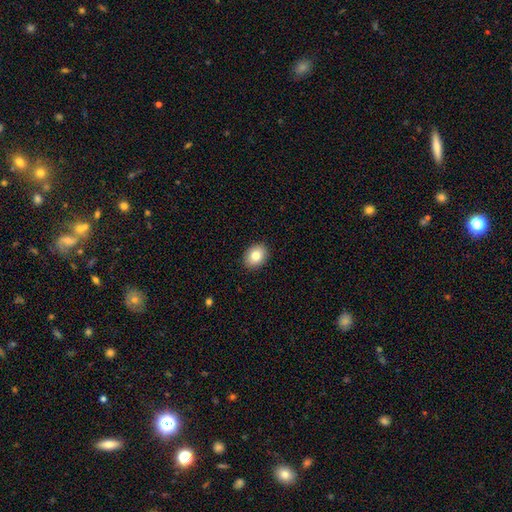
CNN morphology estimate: smooth-or-featured: smooth: 82% | featured or disk: 10% | star or artifact: 8%
  how-rounded: in between: 65% | round: 34% | cigar-shaped: 1%
  merging: none: 91% | minor disturbance: 7% | major disturbance: 2% | merger: 1%